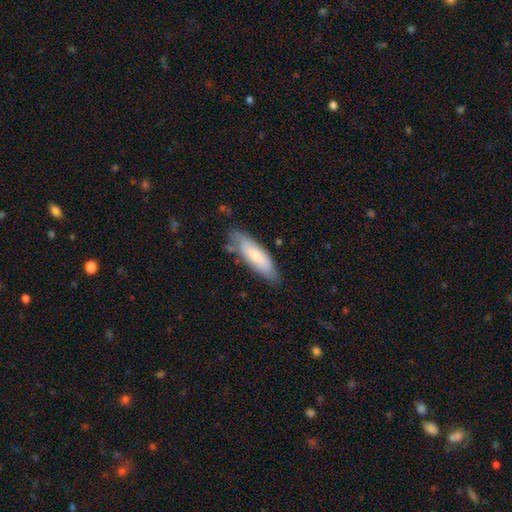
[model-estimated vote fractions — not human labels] Morphology: type=smooth (72%); roundness=in between (51%); merging=none (70%).